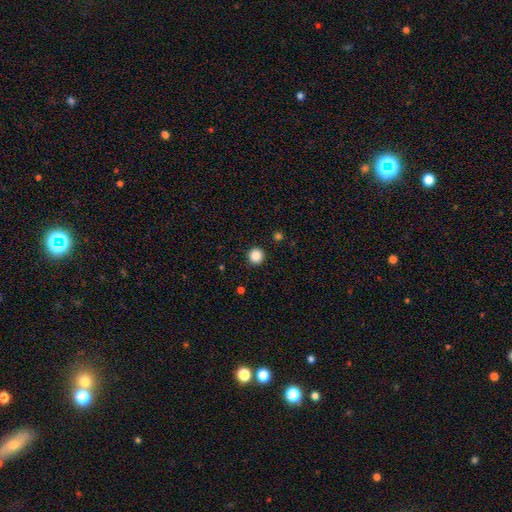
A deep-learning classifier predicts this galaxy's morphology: Smooth or featured?
  - smooth: 87% *
  - star or artifact: 10%
  - featured or disk: 3%
How rounded?
  - round: 94% *
  - in between: 5%
  - cigar-shaped: 1%
Merging?
  - none: 92% *
  - minor disturbance: 5%
  - major disturbance: 2%
  - merger: 1%